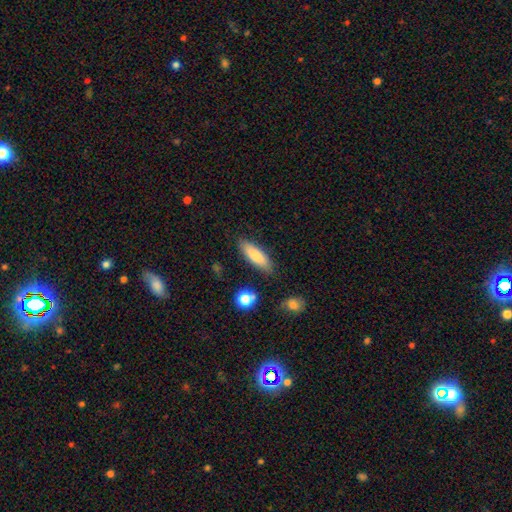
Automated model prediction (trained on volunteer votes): A smooth galaxy with no disk features (80%) that is in between round and cigar-shaped (53%).

Vote fractions:
- Smooth or featured? smooth: 80% / featured or disk: 13% / star or artifact: 7%
- How rounded? in between: 53% / cigar-shaped: 44% / round: 2%
- Merging? none: 84% / minor disturbance: 11% / major disturbance: 3% / merger: 3%